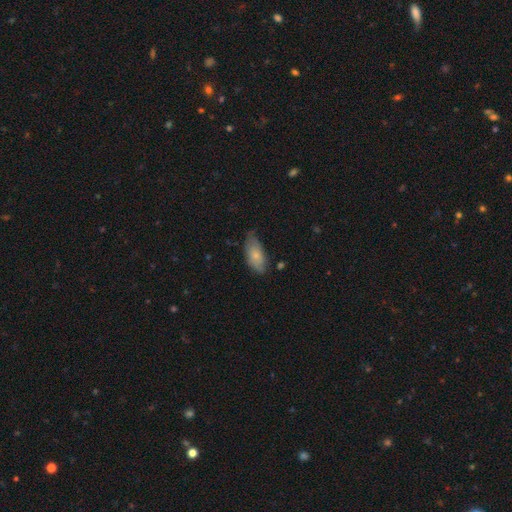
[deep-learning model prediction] Overall: smooth (73%). How rounded: in between (89%). Merging: none (54%; minor disturbance 36%).